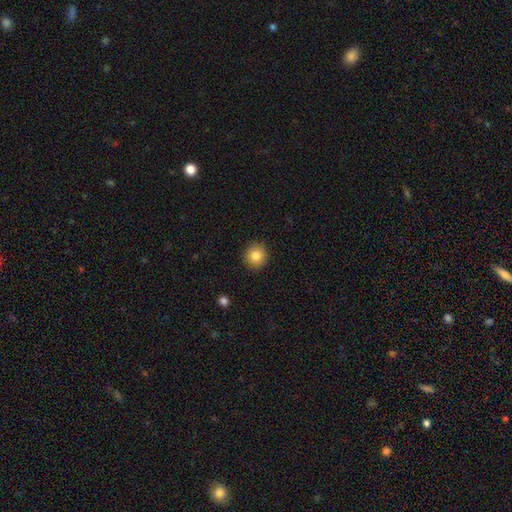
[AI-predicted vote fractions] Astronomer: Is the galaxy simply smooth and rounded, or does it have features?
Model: smooth — 83%.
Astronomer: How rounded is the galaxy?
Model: round — 92%.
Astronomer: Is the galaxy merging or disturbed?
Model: none — 91%.